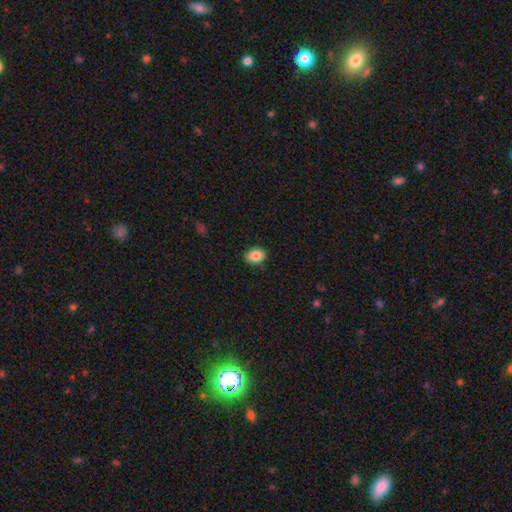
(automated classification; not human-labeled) The model was most divided on "how rounded": in between: 68%, round: 31%, cigar-shaped: 1%. More confident: merging — none (89%); smooth or featured — smooth (85%).